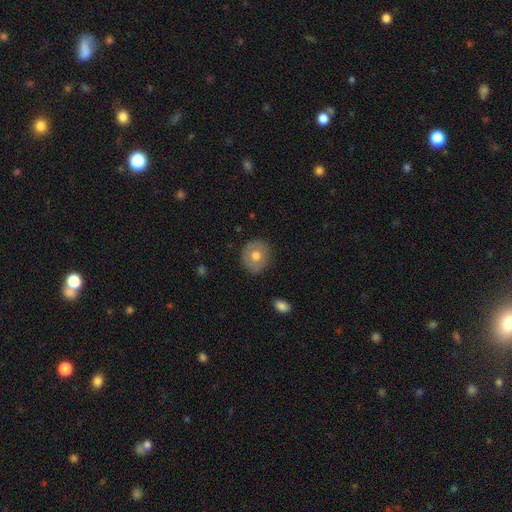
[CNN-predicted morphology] smooth 67%, featured or disk 26%, star or artifact 7%. Down the decision tree: how rounded — round (83%); merging — none (85%).